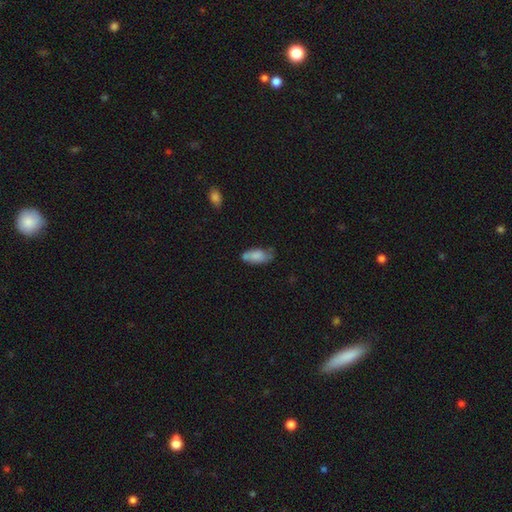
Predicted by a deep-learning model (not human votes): Smooth or featured? Predicted: smooth (p=0.76). How rounded? Predicted: in between (p=0.86). Merging? Predicted: none (p=0.52).